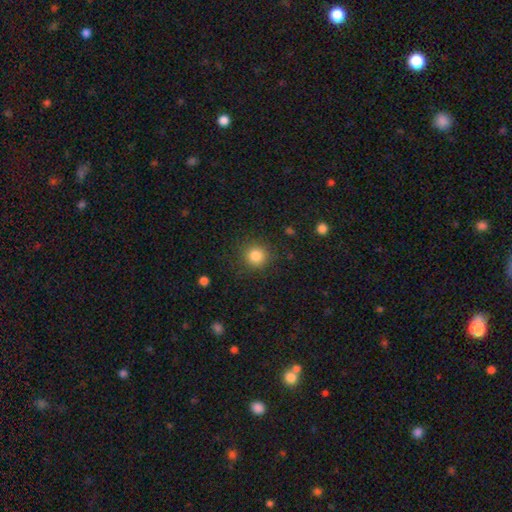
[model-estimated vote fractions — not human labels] smooth_or_featured: smooth (p=0.84) [alt: star or artifact p=0.11]
how_rounded: round (p=0.92) [alt: in between p=0.07]
merging: none (p=0.87) [alt: minor disturbance p=0.08]